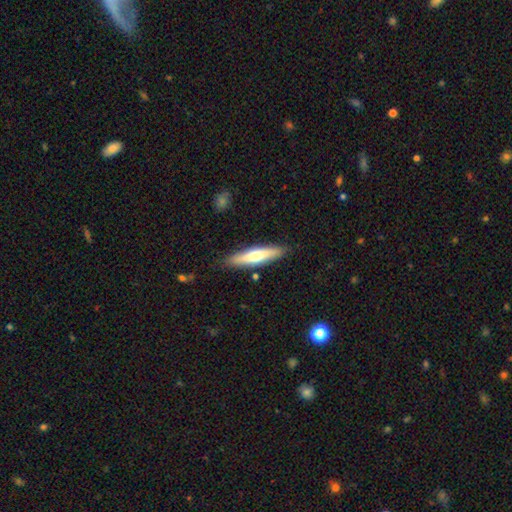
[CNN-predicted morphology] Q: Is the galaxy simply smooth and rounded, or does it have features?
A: smooth — 55%.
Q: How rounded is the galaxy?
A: cigar-shaped — 79%.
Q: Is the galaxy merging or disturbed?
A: none — 87%.